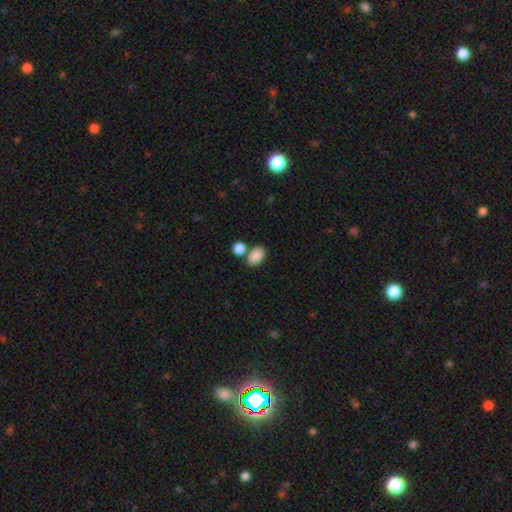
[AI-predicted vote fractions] Smooth or featured: smooth — 88% (star or artifact — 8%)
How rounded: in between — 83% (round — 16%)
Merging: none — 64% (merger — 21%)